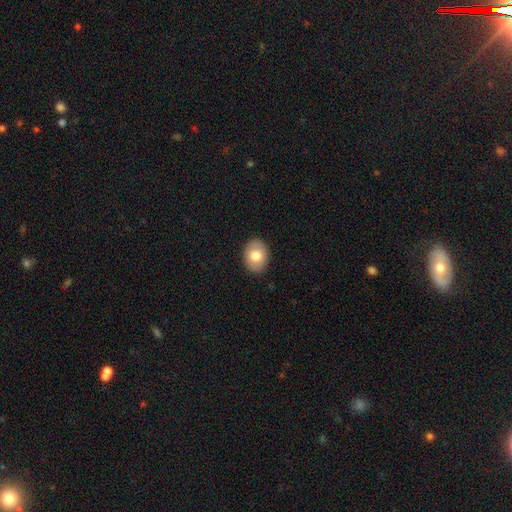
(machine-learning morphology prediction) smooth_or_featured: smooth (p=0.77) [alt: featured or disk p=0.16]
how_rounded: in between (p=0.60) [alt: round p=0.39]
merging: none (p=0.89) [alt: minor disturbance p=0.08]